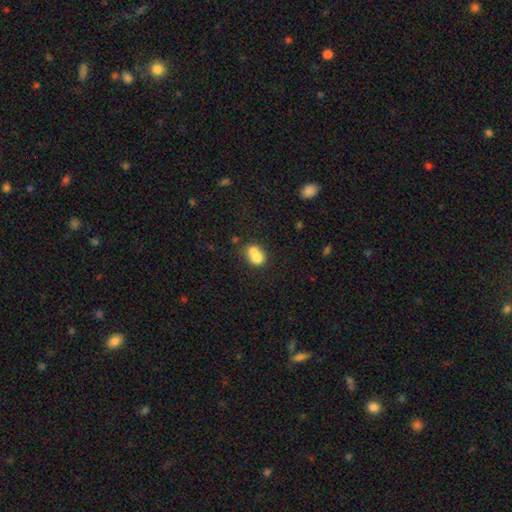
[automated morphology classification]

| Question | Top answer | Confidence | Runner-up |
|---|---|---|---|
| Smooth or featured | smooth | 70% | featured or disk (21%) |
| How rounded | round | 51% | in between (48%) |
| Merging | merger | 64% | none (24%) |